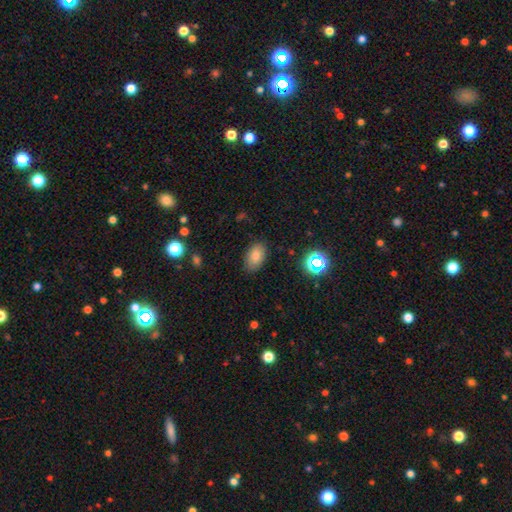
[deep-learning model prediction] Smooth or featured? smooth (79%)
How rounded? in between (89%)
Merging? none (84%)